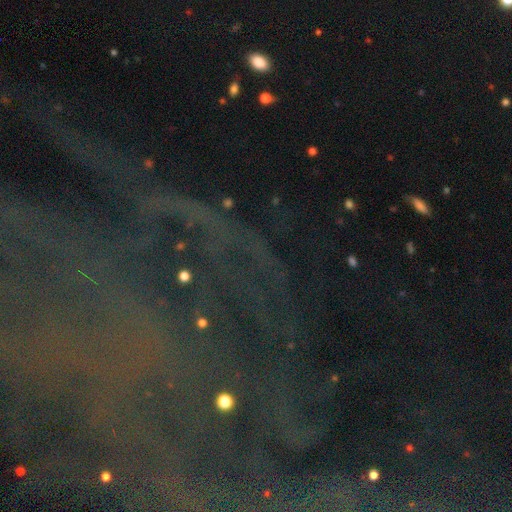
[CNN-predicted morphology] smooth-or-featured: star or artifact: 80% | featured or disk: 11% | smooth: 8%